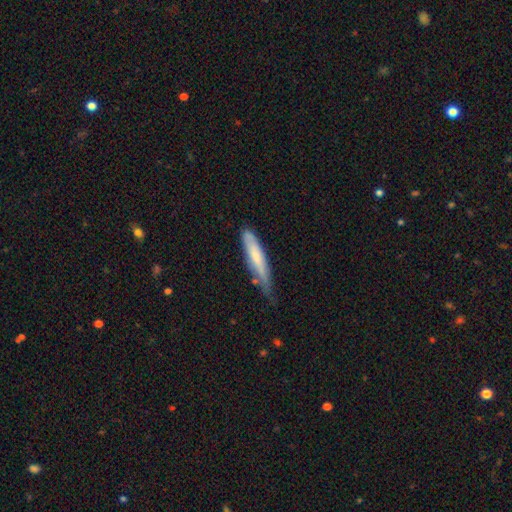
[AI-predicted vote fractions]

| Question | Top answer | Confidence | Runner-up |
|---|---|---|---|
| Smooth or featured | smooth | 62% | featured or disk (33%) |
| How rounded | cigar-shaped | 84% | in between (15%) |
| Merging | none | 49% | minor disturbance (39%) |